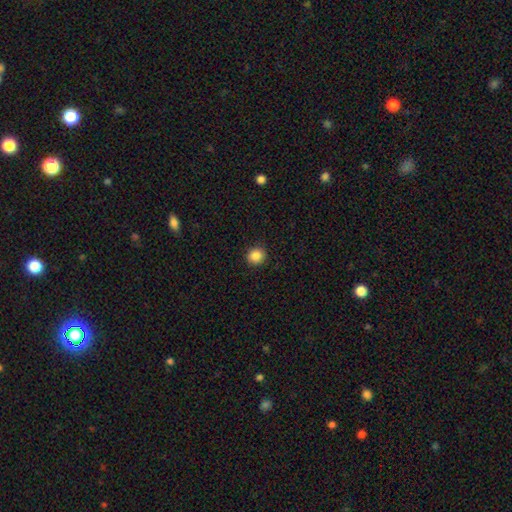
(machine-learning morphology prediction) Smooth or featured? smooth (87%)
How rounded? round (90%)
Merging? none (91%)